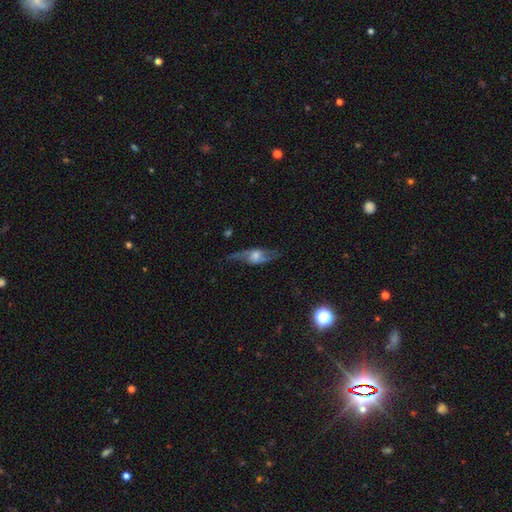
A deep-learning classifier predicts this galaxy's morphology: Smooth or featured: featured or disk — 69% (smooth — 24%)
Edge-on disk: no — 62% (yes — 38%)
Merging: none — 65% (minor disturbance — 21%)